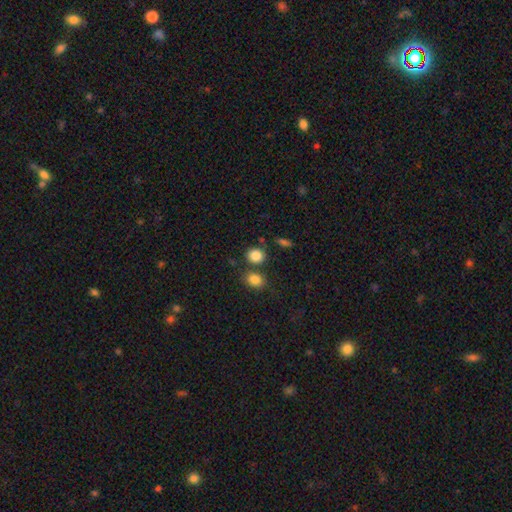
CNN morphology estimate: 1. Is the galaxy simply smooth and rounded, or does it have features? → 85% smooth, 10% star or artifact, 5% featured or disk.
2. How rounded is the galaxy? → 74% round, 25% in between, 1% cigar-shaped.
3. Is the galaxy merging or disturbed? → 70% none, 16% merger, 10% minor disturbance, 4% major disturbance.